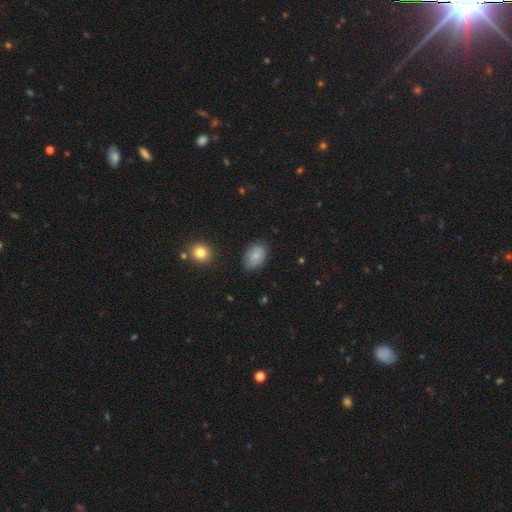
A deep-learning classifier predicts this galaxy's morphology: smooth 80%, featured or disk 12%, star or artifact 8%. Down the decision tree: how rounded — in between (86%); merging — none (77%).